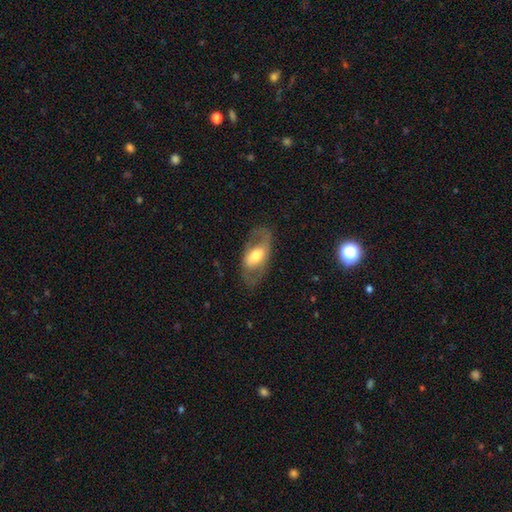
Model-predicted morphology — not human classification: This is possibly a featured or disk galaxy (58%). It is clearly not viewed edge-on (88%). Bar: marginally no (36%). Spiral arm pattern: possibly no (51%). Central bulge: possibly moderate (59%). Merging: likely none (71%).